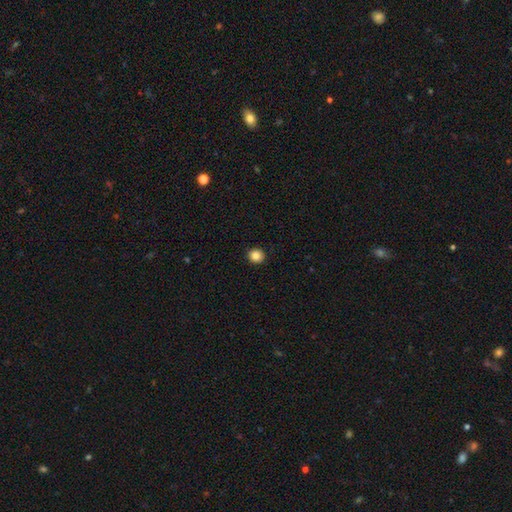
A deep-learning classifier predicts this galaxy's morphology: smooth_or_featured: smooth (p=0.84) [alt: star or artifact p=0.10]
how_rounded: round (p=0.88) [alt: in between p=0.11]
merging: none (p=0.93) [alt: minor disturbance p=0.05]